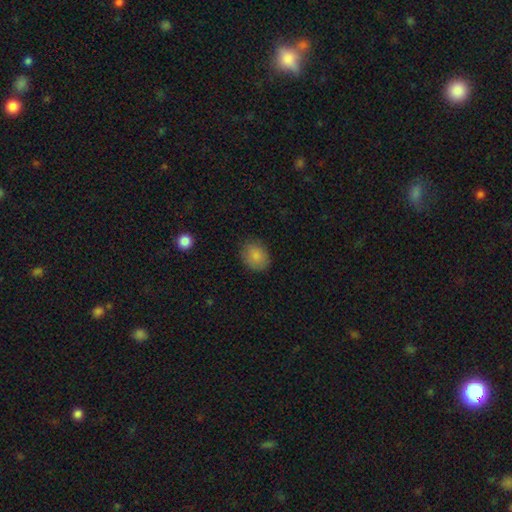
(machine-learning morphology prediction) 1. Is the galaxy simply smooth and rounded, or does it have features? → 86% smooth, 8% star or artifact, 6% featured or disk.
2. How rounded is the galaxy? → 55% round, 44% in between, 1% cigar-shaped.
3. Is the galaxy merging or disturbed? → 83% none, 13% minor disturbance, 3% major disturbance, 1% merger.